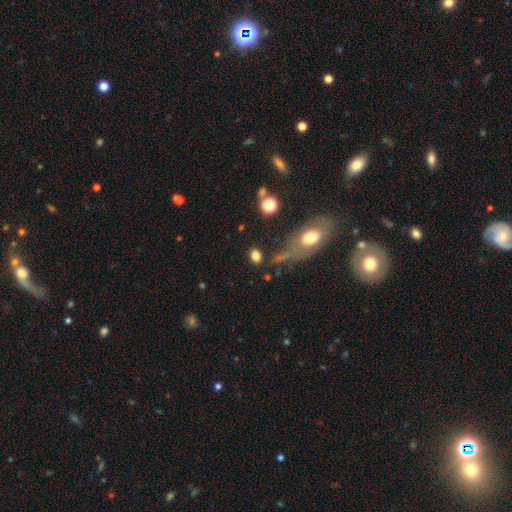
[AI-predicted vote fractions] This is likely a smooth galaxy (80%). How rounded: likely in between (65%). Merging: likely none (75%).